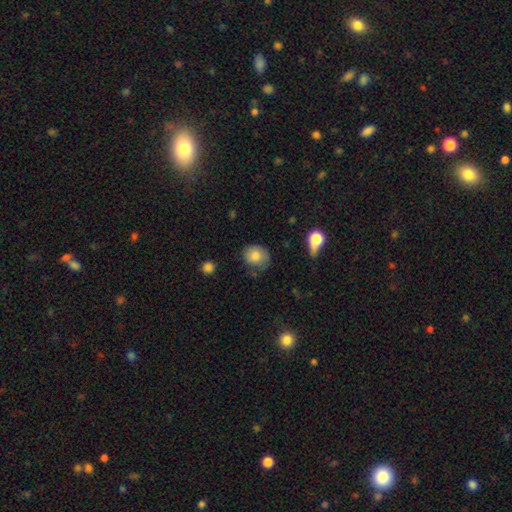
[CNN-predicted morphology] Smooth or featured?
  - smooth: 78% *
  - featured or disk: 13%
  - star or artifact: 9%
How rounded?
  - round: 63% *
  - in between: 36%
  - cigar-shaped: 1%
Merging?
  - none: 64% *
  - minor disturbance: 26%
  - major disturbance: 7%
  - merger: 2%